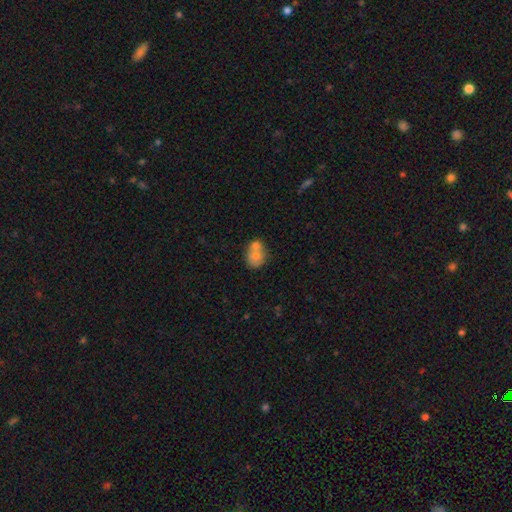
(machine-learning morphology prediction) A smooth galaxy with no disk features (69%) that is round (59%).

Vote fractions:
- Smooth or featured? smooth: 69% / featured or disk: 23% / star or artifact: 8%
- How rounded? round: 59% / in between: 40% / cigar-shaped: 1%
- Merging? merger: 56% / none: 30% / minor disturbance: 10% / major disturbance: 4%